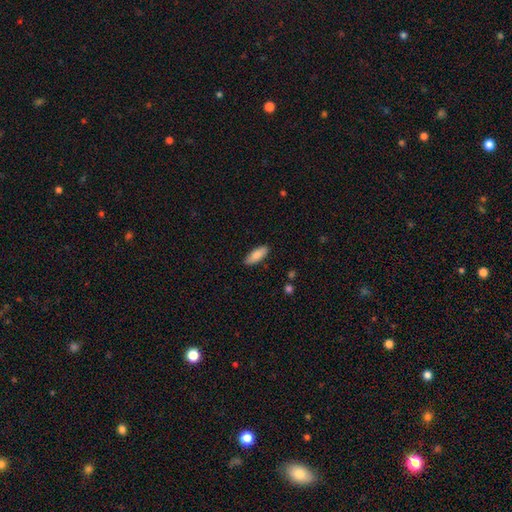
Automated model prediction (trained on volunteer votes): smooth-or-featured: smooth: 86% | featured or disk: 8% | star or artifact: 6%
  how-rounded: in between: 72% | cigar-shaped: 27% | round: 2%
  merging: none: 87% | minor disturbance: 10% | major disturbance: 2% | merger: 1%